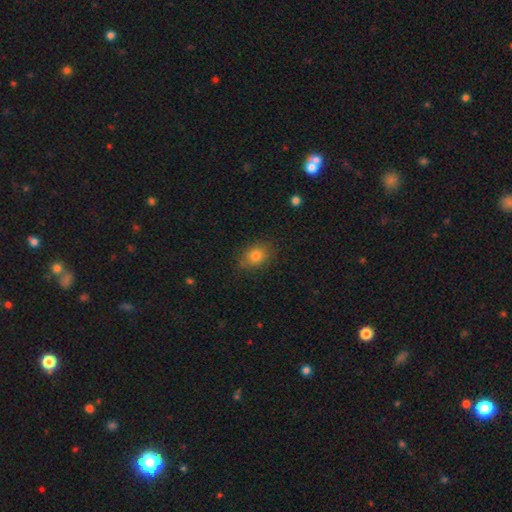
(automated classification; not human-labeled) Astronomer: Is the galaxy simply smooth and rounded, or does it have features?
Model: smooth — 80%.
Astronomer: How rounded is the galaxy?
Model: in between — 67%.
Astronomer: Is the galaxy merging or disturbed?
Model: none — 78%.